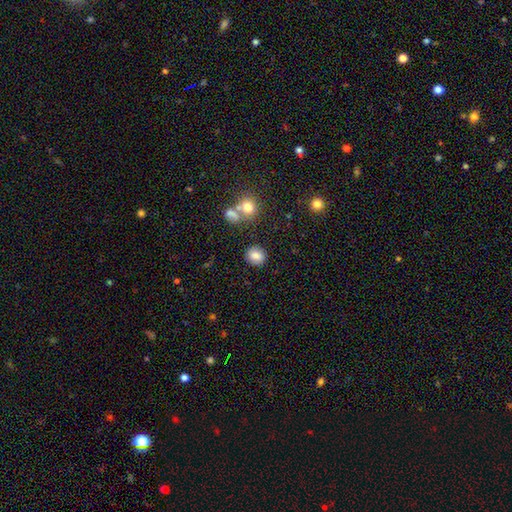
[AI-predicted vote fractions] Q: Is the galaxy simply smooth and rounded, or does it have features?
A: smooth — 83%.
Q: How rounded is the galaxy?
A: round — 77%.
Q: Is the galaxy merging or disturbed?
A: none — 85%.